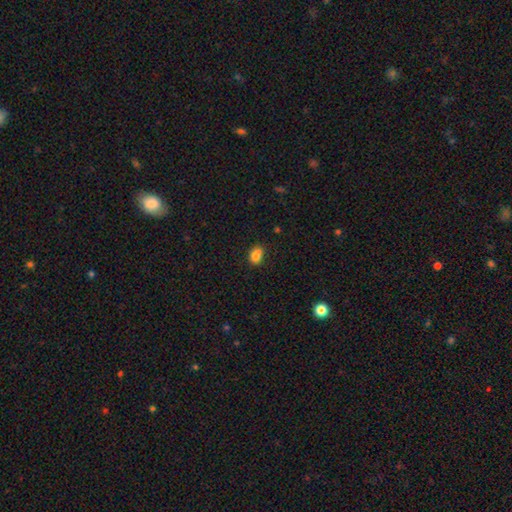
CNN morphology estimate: Smooth or featured? smooth (83%)
How rounded? in between (63%)
Merging? none (71%)